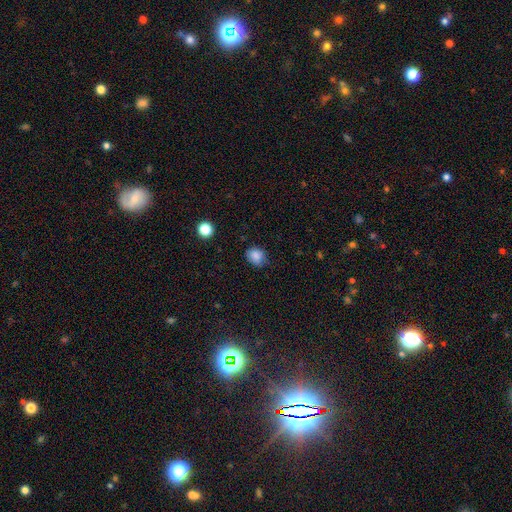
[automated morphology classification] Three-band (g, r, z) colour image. It shows a smooth galaxy with no disk features (85%) that is round (59%). Merging: none (67%).